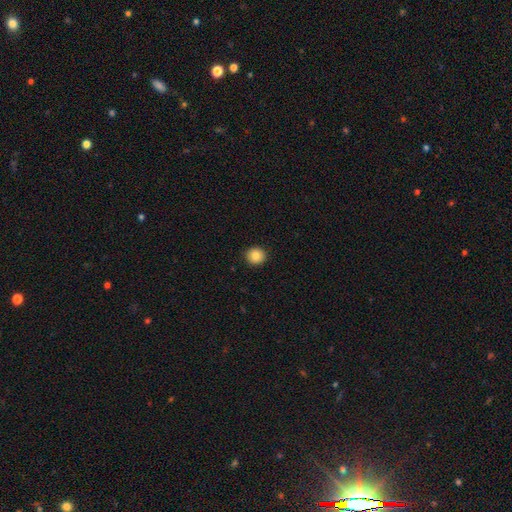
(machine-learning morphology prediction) Smooth or featured: smooth — 85% (star or artifact — 9%)
How rounded: round — 92% (in between — 7%)
Merging: none — 92% (minor disturbance — 5%)